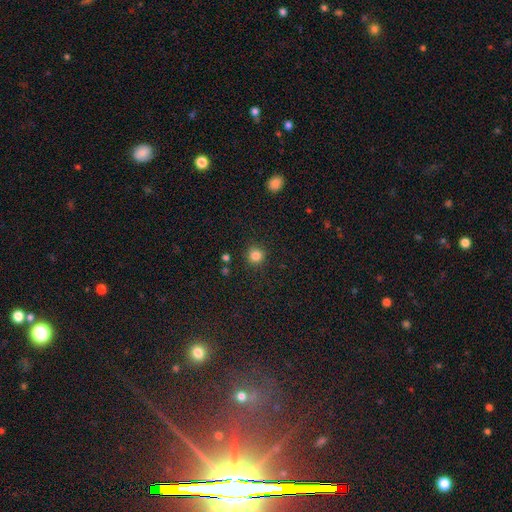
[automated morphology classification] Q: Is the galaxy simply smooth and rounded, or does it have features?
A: smooth — 84%.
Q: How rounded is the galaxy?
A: round — 93%.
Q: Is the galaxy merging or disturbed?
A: none — 89%.